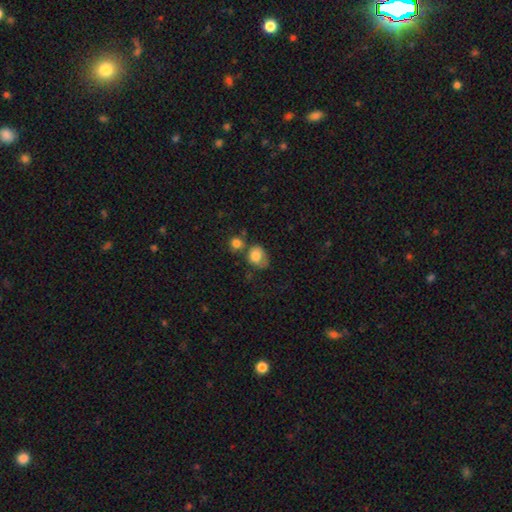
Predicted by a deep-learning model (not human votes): Morphology: type=smooth (79%); roundness=round (54%); merging=none (40%).